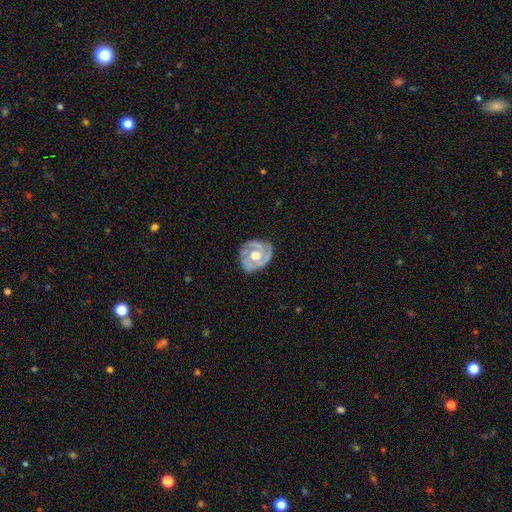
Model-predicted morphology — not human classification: smooth_or_featured: featured or disk (p=0.75) [alt: smooth p=0.20]
disk_edge_on: no (p=0.96) [alt: yes p=0.04]
bar: no (p=0.80) [alt: weak p=0.16]
has_spiral_arms: yes (p=0.74) [alt: no p=0.26]
spiral_winding: tight (p=0.56) [alt: medium p=0.32]
spiral_arm_count: 2 (p=0.36) [alt: can't tell p=0.25]
bulge_size: moderate (p=0.70) [alt: large p=0.22]
merging: none (p=0.70) [alt: minor disturbance p=0.21]